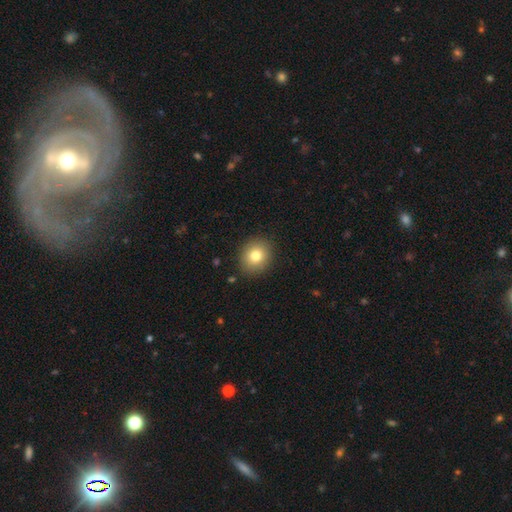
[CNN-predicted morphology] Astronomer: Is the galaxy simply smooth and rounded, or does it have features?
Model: smooth — 79%.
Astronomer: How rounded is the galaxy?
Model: round — 71%.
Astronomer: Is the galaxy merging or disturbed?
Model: none — 89%.